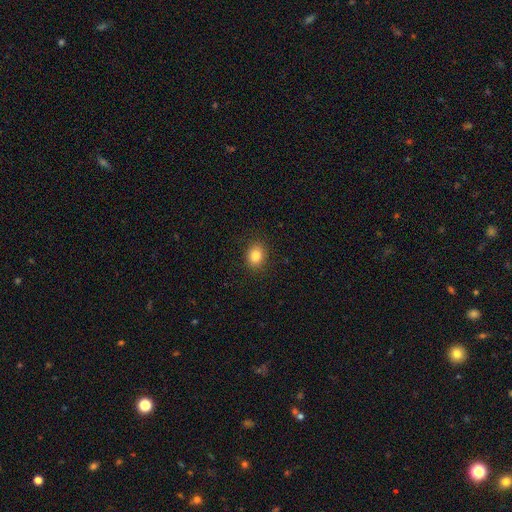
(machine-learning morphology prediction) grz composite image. It shows a smooth galaxy with no disk features (83%) that is round (51%). Merging: none (89%).